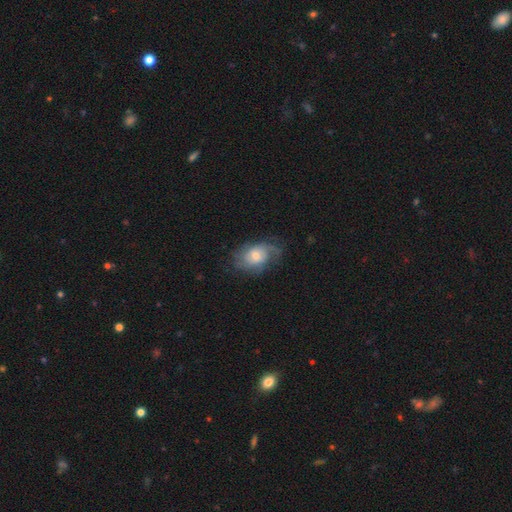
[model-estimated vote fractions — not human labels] Smooth or featured?
  - featured or disk: 63% *
  - smooth: 30%
  - star or artifact: 7%
Edge-on disk?
  - no: 96% *
  - yes: 4%
Bar?
  - no: 73% *
  - weak: 24%
  - strong: 3%
Spiral arms?
  - yes: 85% *
  - no: 15%
Spiral winding?
  - medium: 39% *
  - tight: 34%
  - loose: 27%
Spiral arm count?
  - can't tell: 36% *
  - 2: 30%
  - 1: 13%
  - 3: 13%
  - 4: 5%
  - more than 4: 4%
Bulge size?
  - moderate: 53% *
  - small: 38%
  - large: 6%
  - none: 2%
  - dominant: 1%
Merging?
  - none: 57% *
  - minor disturbance: 25%
  - major disturbance: 17%
  - merger: 1%